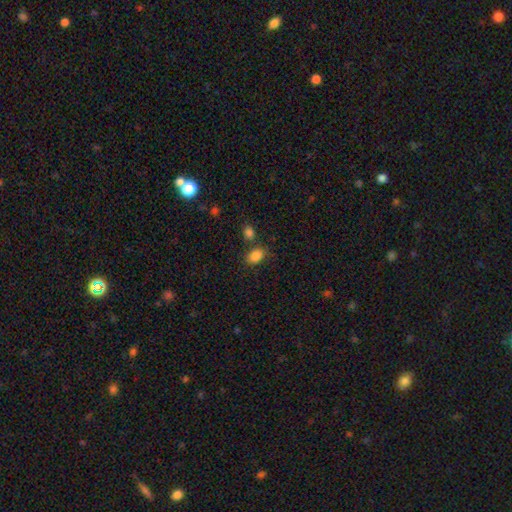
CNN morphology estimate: smooth 85%, star or artifact 10%, featured or disk 5%. Down the decision tree: how rounded — in between (70%); merging — none (66%).